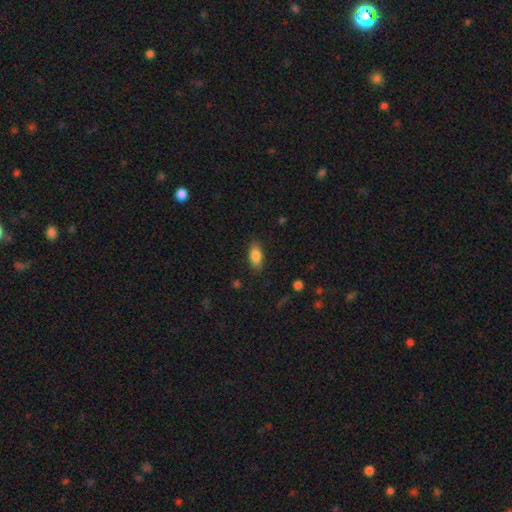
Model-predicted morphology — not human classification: smooth_or_featured: smooth (p=0.86) [alt: star or artifact p=0.08]
how_rounded: in between (p=0.89) [alt: cigar-shaped p=0.07]
merging: none (p=0.86) [alt: minor disturbance p=0.11]